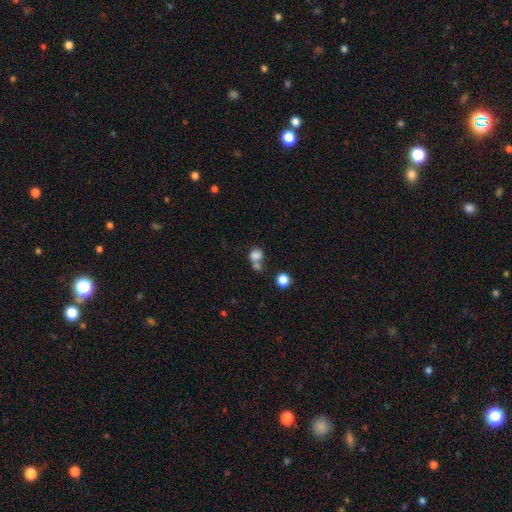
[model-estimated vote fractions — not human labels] smooth-or-featured: smooth: 79% | star or artifact: 11% | featured or disk: 9%
  how-rounded: round: 67% | in between: 32% | cigar-shaped: 1%
  merging: merger: 51% | none: 33% | minor disturbance: 10% | major disturbance: 6%